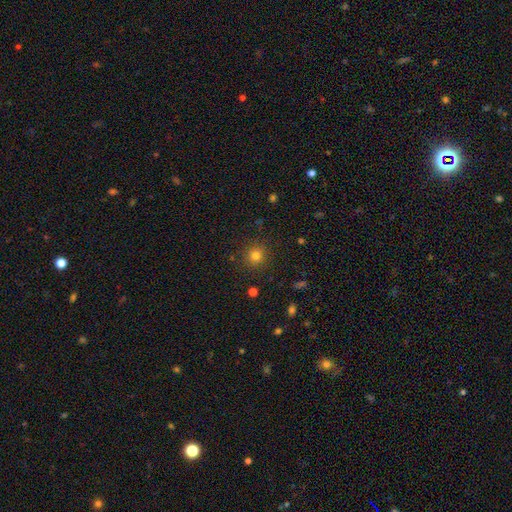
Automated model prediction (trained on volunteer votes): smooth-or-featured: smooth: 79% | star or artifact: 15% | featured or disk: 6%
  how-rounded: round: 93% | in between: 6% | cigar-shaped: 1%
  merging: none: 89% | minor disturbance: 7% | major disturbance: 3% | merger: 1%